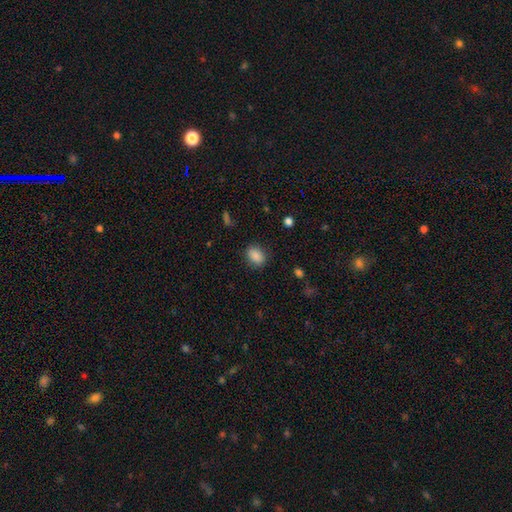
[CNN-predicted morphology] A smooth galaxy with no disk features (87%) that is in between round and cigar-shaped (69%). Merging: none (85%).